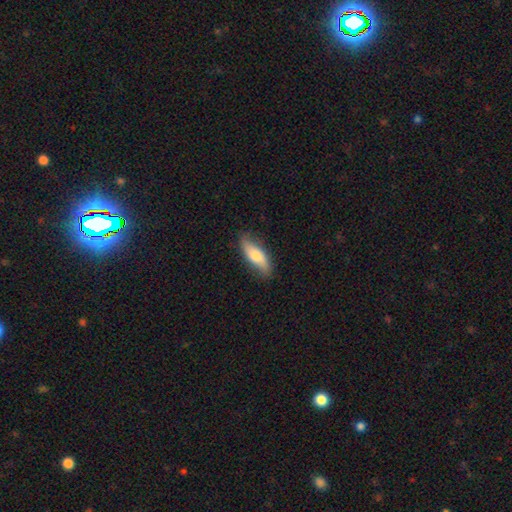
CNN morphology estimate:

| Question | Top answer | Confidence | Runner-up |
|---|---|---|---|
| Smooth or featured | smooth | 66% | featured or disk (29%) |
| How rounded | in between | 60% | cigar-shaped (37%) |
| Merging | none | 82% | minor disturbance (15%) |